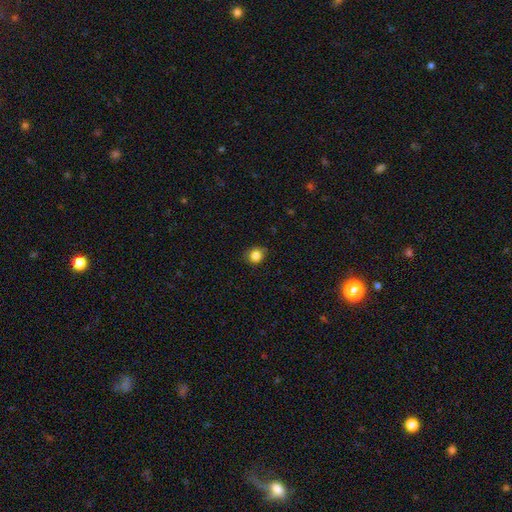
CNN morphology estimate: type=smooth (84%); roundness=round (76%); merging=none (81%).